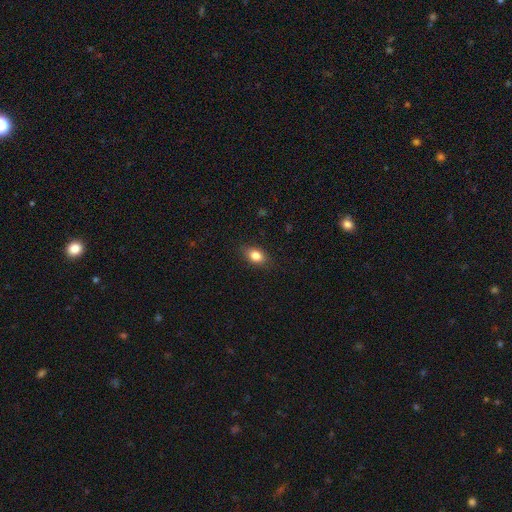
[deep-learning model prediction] This appears to be a smooth galaxy with no disk features (83%) that is in between round and cigar-shaped (81%). Merging: none (86%).